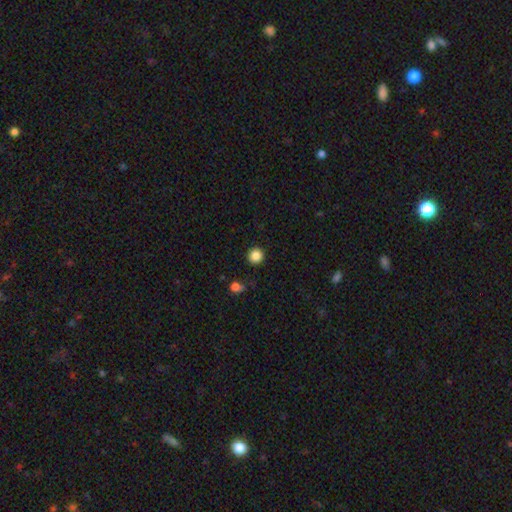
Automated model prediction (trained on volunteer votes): This is clearly a smooth galaxy (86%). How rounded: clearly round (95%). Merging: clearly none (91%).